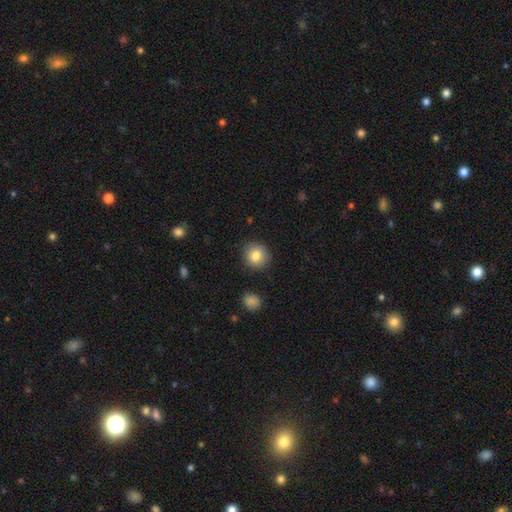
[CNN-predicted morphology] A smooth galaxy with no disk features (82%) that is round (91%). Merging: none (89%).